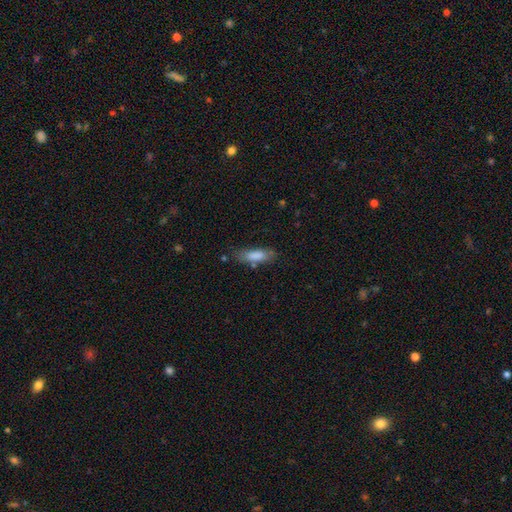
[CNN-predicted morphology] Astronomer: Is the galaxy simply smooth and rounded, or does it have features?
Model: smooth — 82%.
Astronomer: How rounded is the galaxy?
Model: in between — 56% (runner-up: cigar-shaped, 42%).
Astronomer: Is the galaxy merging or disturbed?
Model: none — 70%.